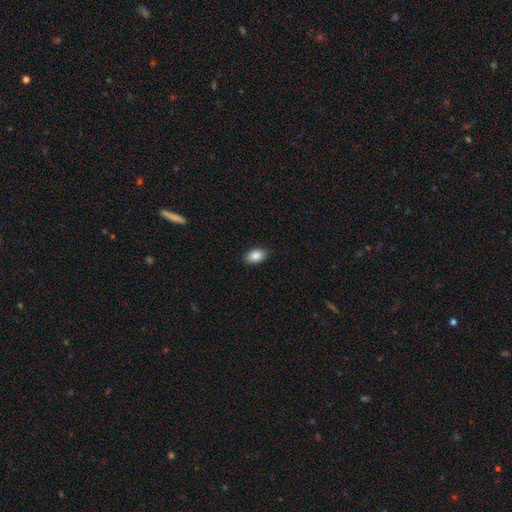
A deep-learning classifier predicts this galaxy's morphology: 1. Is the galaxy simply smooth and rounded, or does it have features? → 87% smooth, 8% star or artifact, 5% featured or disk.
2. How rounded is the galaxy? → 89% in between, 10% round, 1% cigar-shaped.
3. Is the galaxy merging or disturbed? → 88% none, 9% minor disturbance, 2% major disturbance, 1% merger.